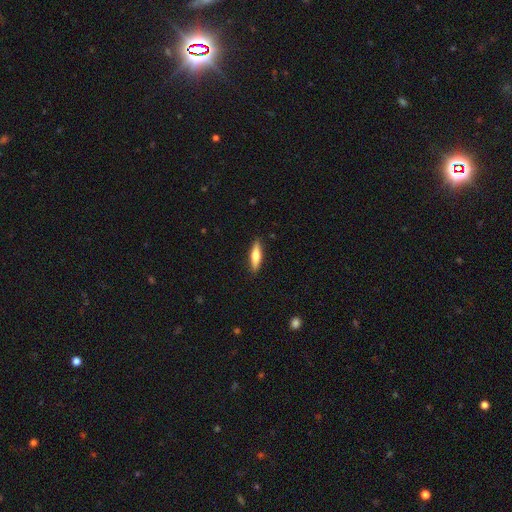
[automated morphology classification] smooth 62%, featured or disk 32%, star or artifact 6%. Down the decision tree: how rounded — cigar-shaped (68%); merging — none (89%).